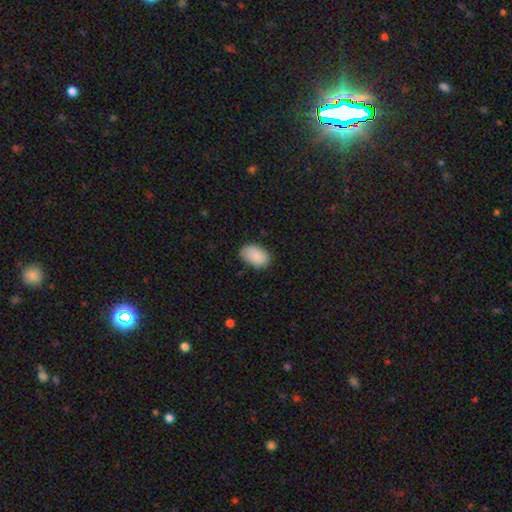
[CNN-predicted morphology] type=smooth (89%); roundness=in between (91%); merging=none (78%).